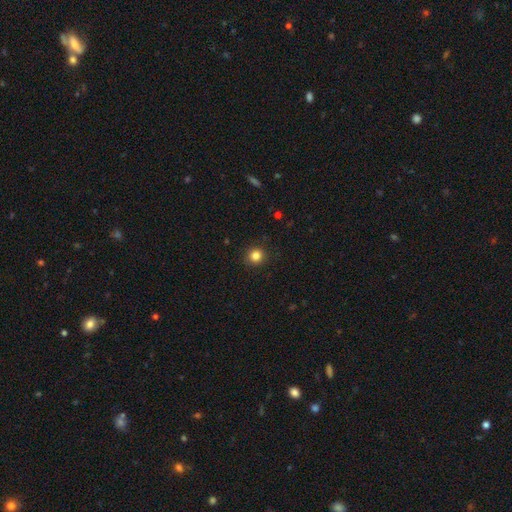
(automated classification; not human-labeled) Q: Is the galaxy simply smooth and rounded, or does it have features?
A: smooth — 83%.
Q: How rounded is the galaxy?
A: round — 94%.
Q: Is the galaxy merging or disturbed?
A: none — 91%.